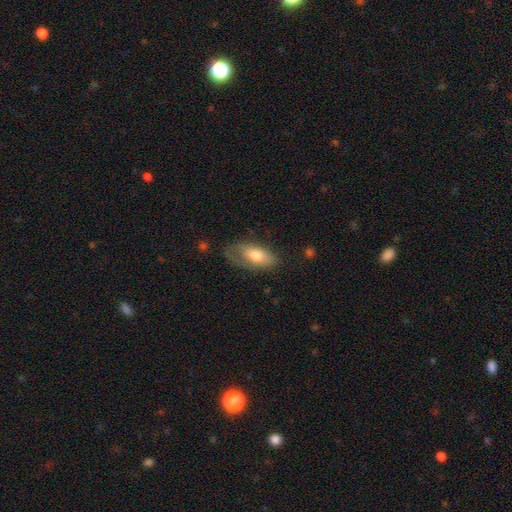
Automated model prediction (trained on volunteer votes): Smooth or featured: smooth — 69% (featured or disk — 25%)
How rounded: in between — 86% (cigar-shaped — 10%)
Merging: none — 47% (minor disturbance — 30%)